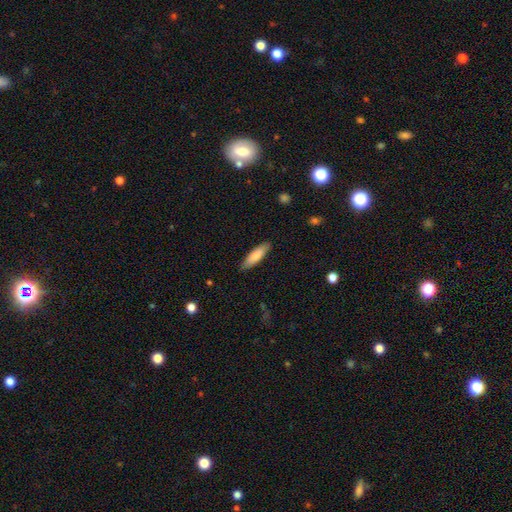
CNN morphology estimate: A smooth galaxy with no disk features (79%) that is cigar-shaped (58%).

Vote fractions:
- Smooth or featured? smooth: 79% / featured or disk: 16% / star or artifact: 5%
- How rounded? cigar-shaped: 58% / in between: 41% / round: 1%
- Merging? none: 87% / minor disturbance: 10% / major disturbance: 2% / merger: 1%